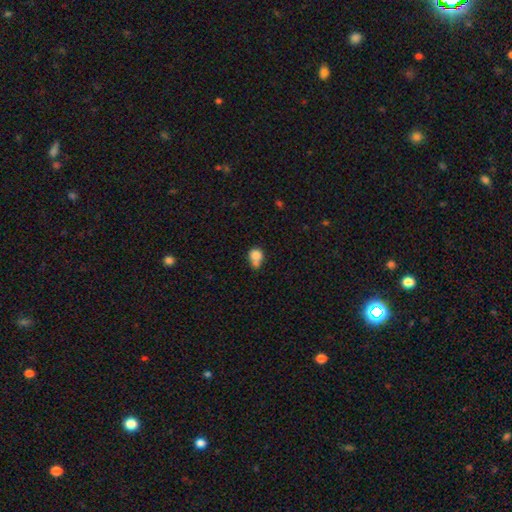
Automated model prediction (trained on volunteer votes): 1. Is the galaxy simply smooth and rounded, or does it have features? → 80% smooth, 10% star or artifact, 10% featured or disk.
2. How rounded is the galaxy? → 71% round, 28% in between, 1% cigar-shaped.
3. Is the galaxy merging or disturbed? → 45% merger, 34% none, 15% minor disturbance, 7% major disturbance.